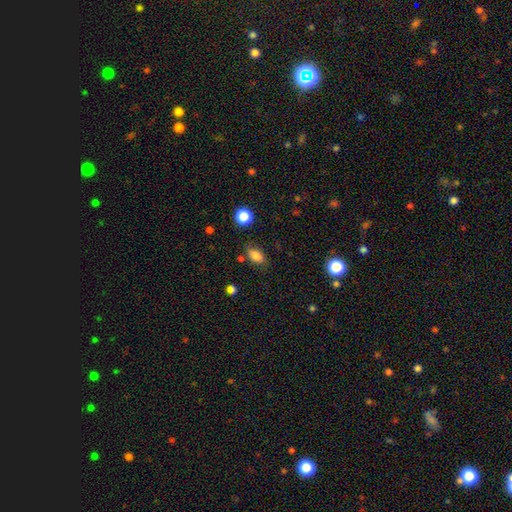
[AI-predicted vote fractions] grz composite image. It shows a smooth galaxy with no disk features (83%) that is in between round and cigar-shaped (85%). Merging: none (77%).